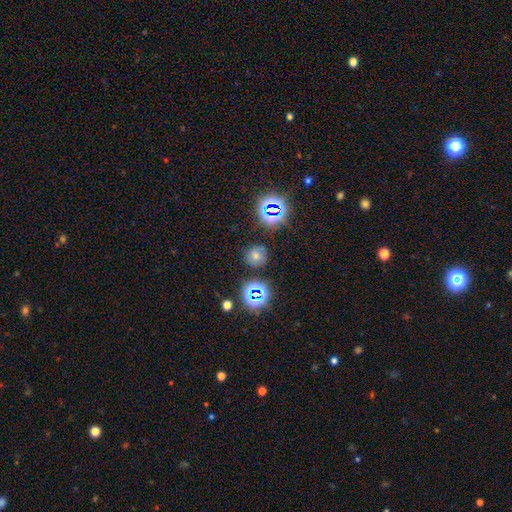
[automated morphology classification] smooth_or_featured: star or artifact (p=0.45) [alt: smooth p=0.43]